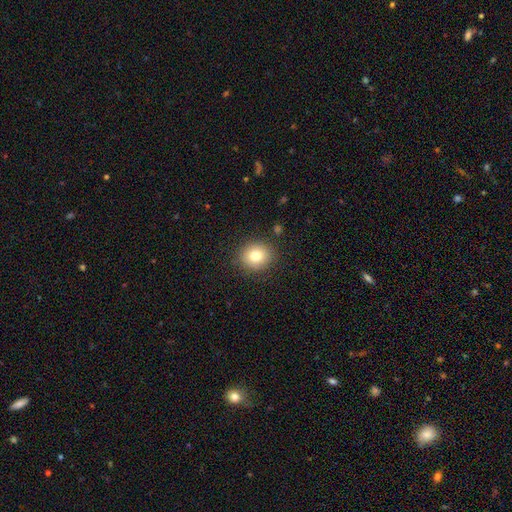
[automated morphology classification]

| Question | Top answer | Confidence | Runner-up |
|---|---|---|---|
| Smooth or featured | smooth | 78% | star or artifact (11%) |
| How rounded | round | 82% | in between (17%) |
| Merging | none | 88% | minor disturbance (8%) |